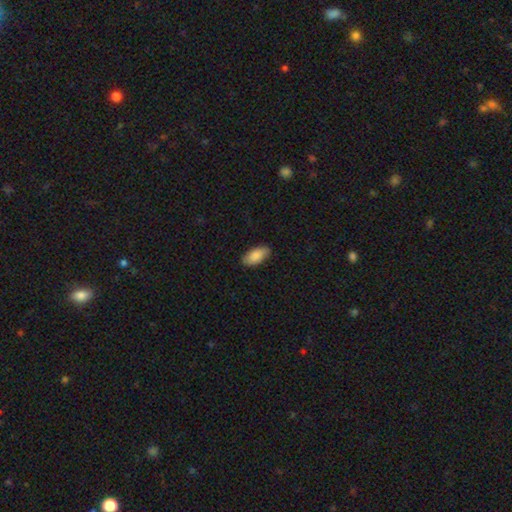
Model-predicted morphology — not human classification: smooth_or_featured: smooth (p=0.88) [alt: featured or disk p=0.06]
how_rounded: in between (p=0.92) [alt: cigar-shaped p=0.06]
merging: none (p=0.86) [alt: minor disturbance p=0.11]